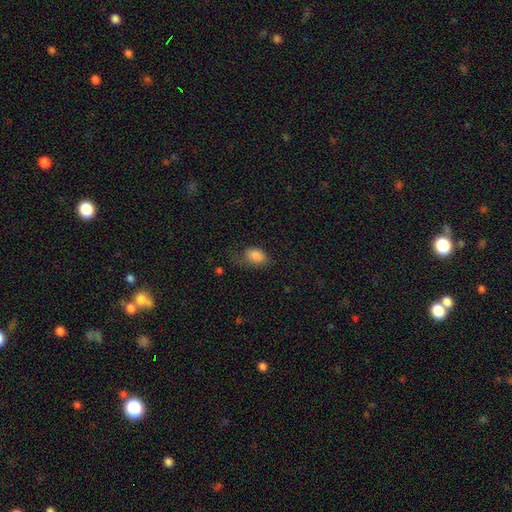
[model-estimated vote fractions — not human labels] Smooth or featured? Predicted: smooth (p=0.83). How rounded? Predicted: in between (p=0.83). Merging? Predicted: none (p=0.47).